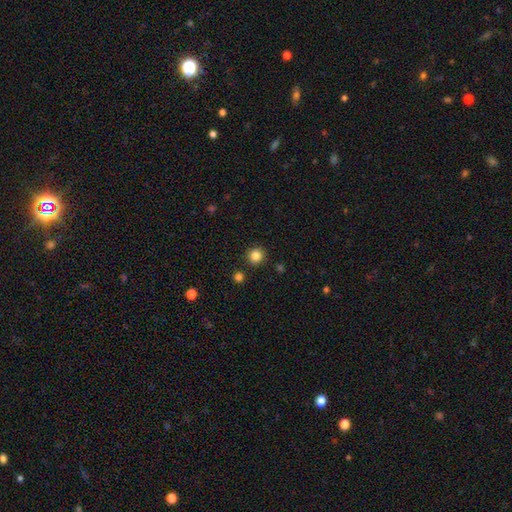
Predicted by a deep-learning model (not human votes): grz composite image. It shows a smooth galaxy with no disk features (84%) that is round (93%). Merging: none (90%).